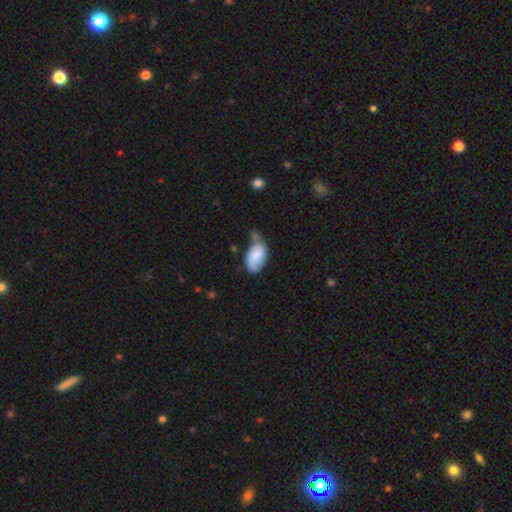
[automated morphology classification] A smooth galaxy with no disk features (80%) that is in between round and cigar-shaped (94%).

Vote fractions:
- Smooth or featured? smooth: 80% / featured or disk: 14% / star or artifact: 6%
- How rounded? in between: 94% / round: 4% / cigar-shaped: 2%
- Merging? minor disturbance: 38% / none: 35% / major disturbance: 14% / merger: 13%